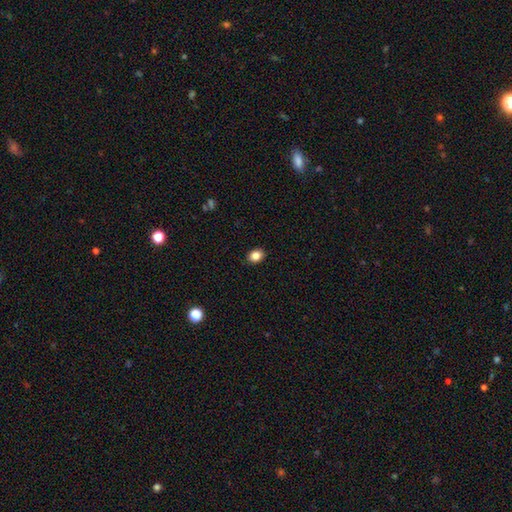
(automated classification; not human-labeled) Morphology: type=smooth (85%); roundness=in between (60%); merging=none (90%).